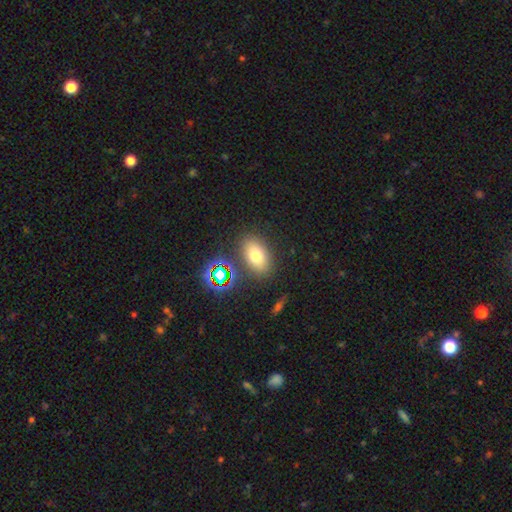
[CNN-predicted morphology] Q: Smooth or featured?
A: smooth (68%); runner-up: star or artifact (19%)
Q: How rounded?
A: in between (81%); runner-up: round (16%)
Q: Merging?
A: none (82%); runner-up: minor disturbance (10%)